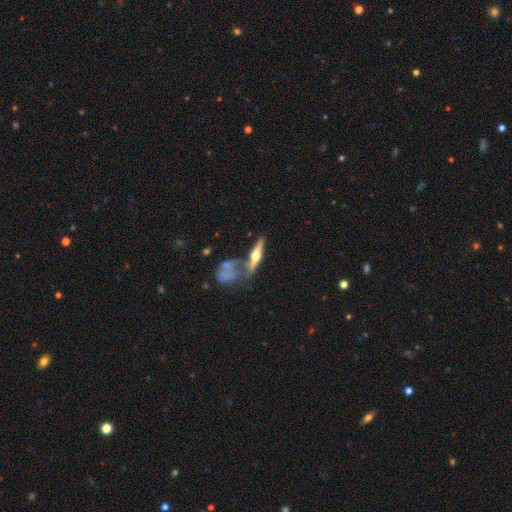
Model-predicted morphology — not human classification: Smooth or featured? featured or disk (66%)
Edge-on disk? yes (92%)
Edge-on bulge? rounded (94%)
Merging? none (54%)